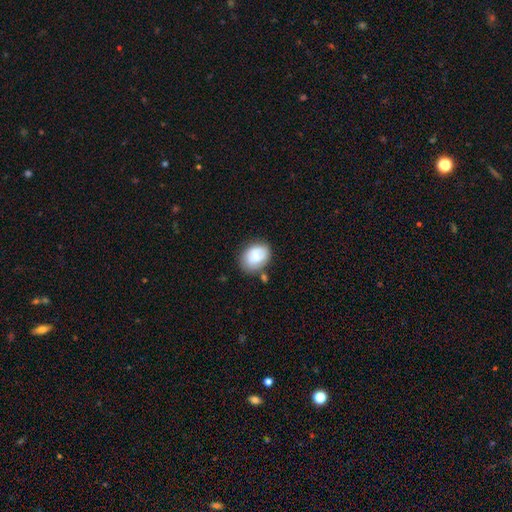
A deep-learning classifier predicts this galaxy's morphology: Smooth or featured? smooth (73%)
How rounded? in between (69%)
Merging? none (67%)